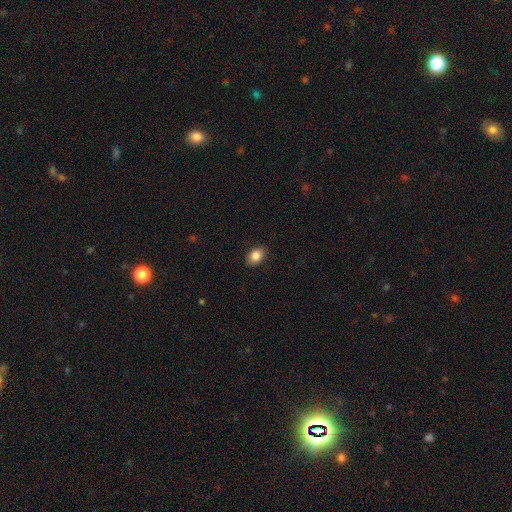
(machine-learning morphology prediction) Overall: smooth (87%). How rounded: in between (81%). Merging: none (88%).